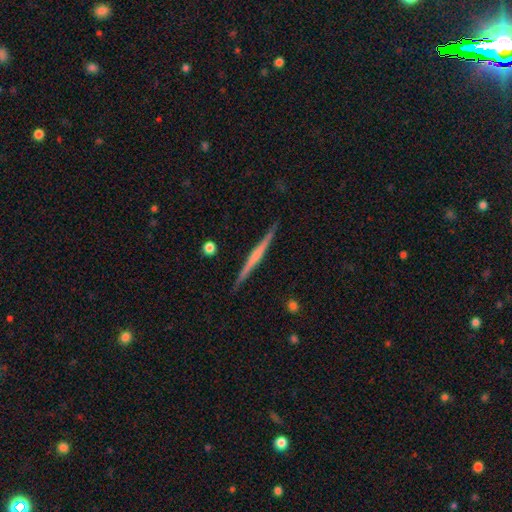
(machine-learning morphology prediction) smooth_or_featured: featured or disk (p=0.69) [alt: smooth p=0.26]
disk_edge_on: yes (p=0.98) [alt: no p=0.02]
edge_on_bulge: none (p=0.50) [alt: rounded p=0.35]
merging: none (p=0.91) [alt: minor disturbance p=0.07]